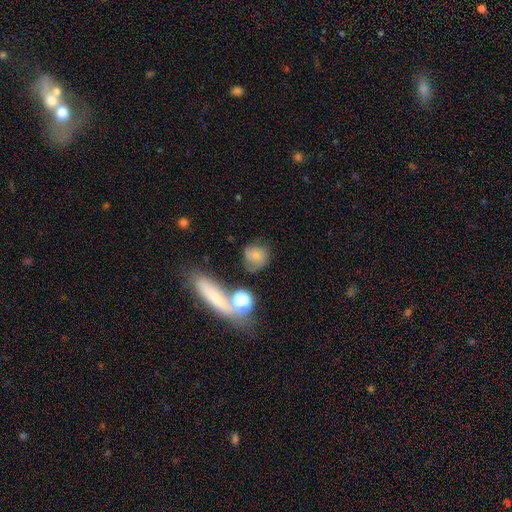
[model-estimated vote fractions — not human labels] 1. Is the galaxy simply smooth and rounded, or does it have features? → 53% smooth, 34% featured or disk, 13% star or artifact.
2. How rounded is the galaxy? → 73% round, 24% in between, 3% cigar-shaped.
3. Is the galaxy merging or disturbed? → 54% none, 22% minor disturbance, 14% major disturbance, 10% merger.